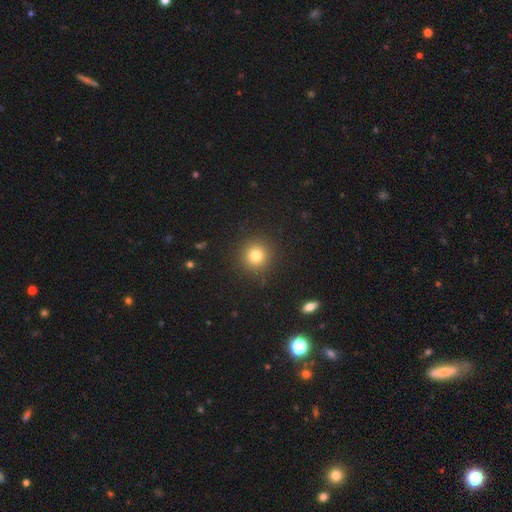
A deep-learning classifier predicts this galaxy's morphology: A smooth galaxy with no disk features (79%) that is round (95%).

Vote fractions:
- Smooth or featured? smooth: 79% / star or artifact: 14% / featured or disk: 7%
- How rounded? round: 95% / in between: 4% / cigar-shaped: 1%
- Merging? none: 91% / minor disturbance: 6% / major disturbance: 2% / merger: 1%